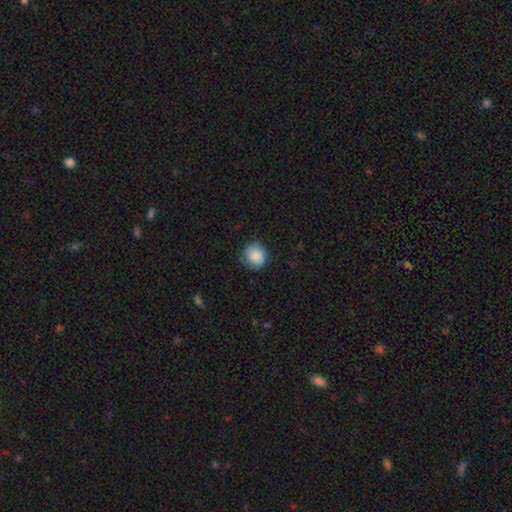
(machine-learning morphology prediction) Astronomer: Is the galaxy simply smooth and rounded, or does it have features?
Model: smooth — 85%.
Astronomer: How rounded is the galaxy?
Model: round — 88%.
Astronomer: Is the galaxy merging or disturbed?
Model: none — 79%.